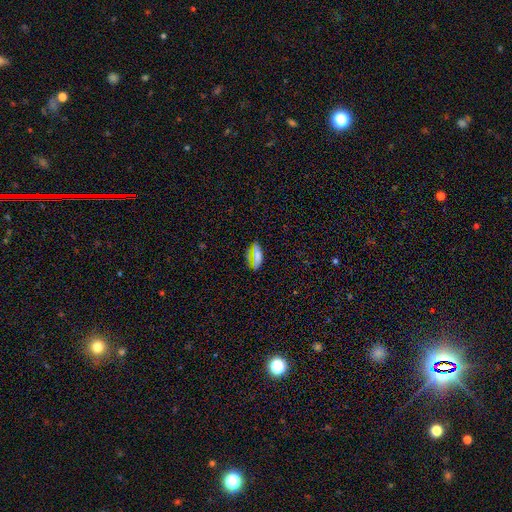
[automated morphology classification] A smooth galaxy with no disk features (67%) that is in between round and cigar-shaped (66%). Merging: none (60%).